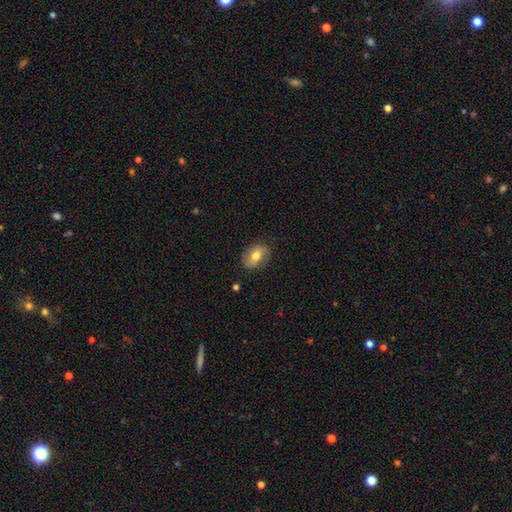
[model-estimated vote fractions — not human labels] smooth-or-featured: smooth: 62% | featured or disk: 30% | star or artifact: 8%
  how-rounded: in between: 76% | round: 22% | cigar-shaped: 2%
  merging: none: 80% | minor disturbance: 15% | major disturbance: 4% | merger: 1%